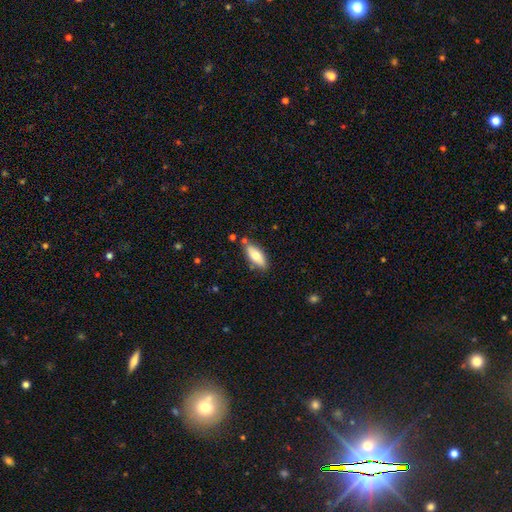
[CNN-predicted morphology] Overall: smooth (76%). How rounded: in between (79%). Merging: none (77%).